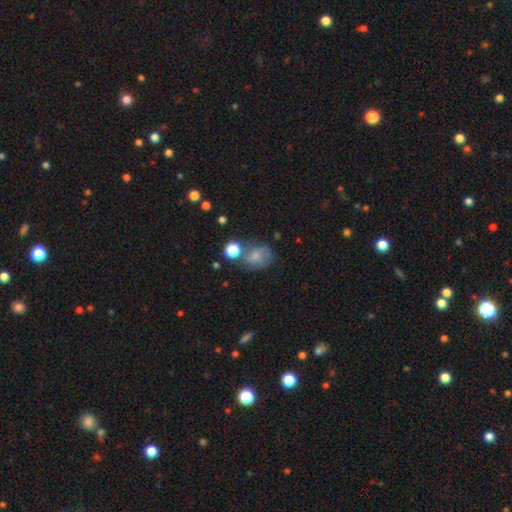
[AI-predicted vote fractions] Overall: smooth (50%; featured or disk 38%). Merging: none (42%; minor disturbance 25%).